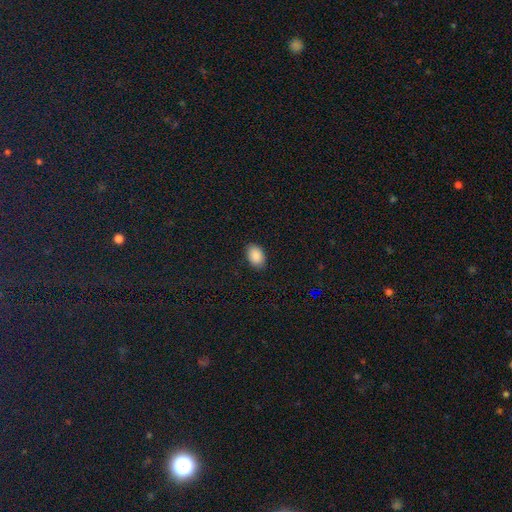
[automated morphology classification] Q: Smooth or featured?
A: smooth (89%); runner-up: star or artifact (8%)
Q: How rounded?
A: in between (87%); runner-up: round (12%)
Q: Merging?
A: none (88%); runner-up: minor disturbance (9%)